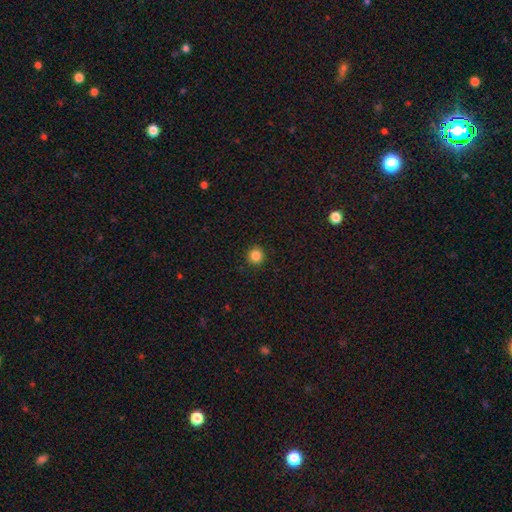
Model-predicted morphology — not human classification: This is clearly a smooth galaxy (85%). How rounded: clearly round (95%). Merging: clearly none (93%).